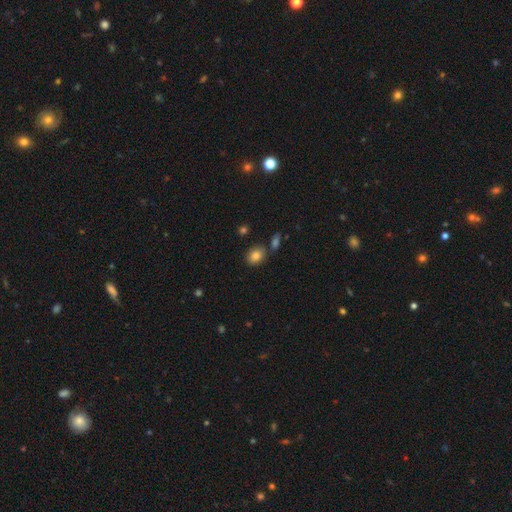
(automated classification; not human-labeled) Smooth or featured: smooth — 83% (star or artifact — 10%)
How rounded: in between — 56% (round — 43%)
Merging: none — 76% (minor disturbance — 11%)